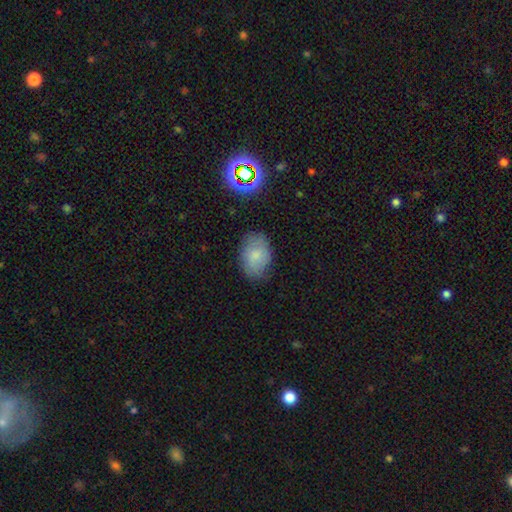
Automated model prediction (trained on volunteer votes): The model was most divided on "merging": none: 72%, minor disturbance: 21%, major disturbance: 5%, merger: 2%. More confident: how rounded — in between (81%); smooth or featured — smooth (73%).